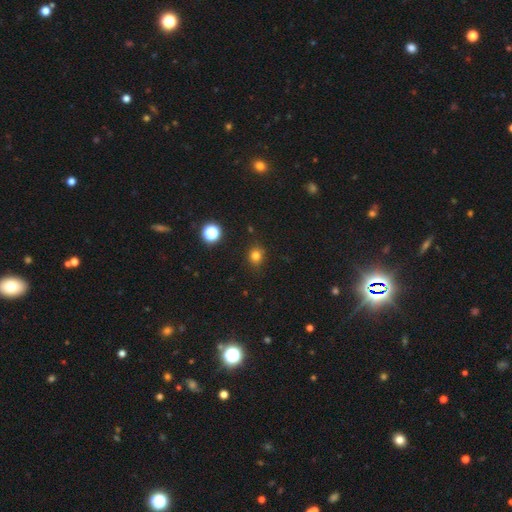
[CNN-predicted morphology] Smooth or featured? Predicted: smooth (p=0.79). How rounded? Predicted: round (p=0.75). Merging? Predicted: none (p=0.84).